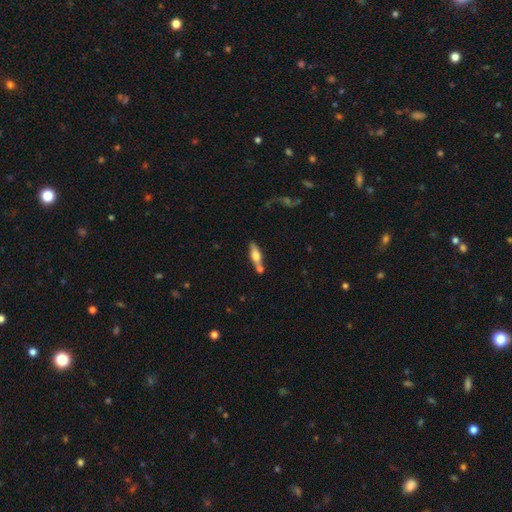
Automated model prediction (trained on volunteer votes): Smooth or featured? smooth (49%)
Merging? none (59%)